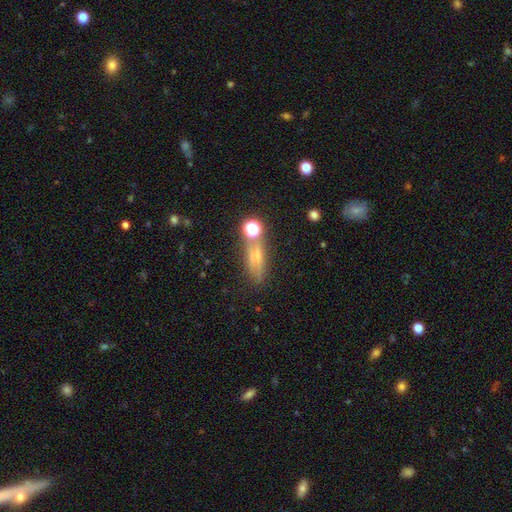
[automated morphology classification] Smooth or featured: smooth — 51% (star or artifact — 25%)
How rounded: in between — 47% (cigar-shaped — 39%)
Merging: none — 64% (minor disturbance — 18%)